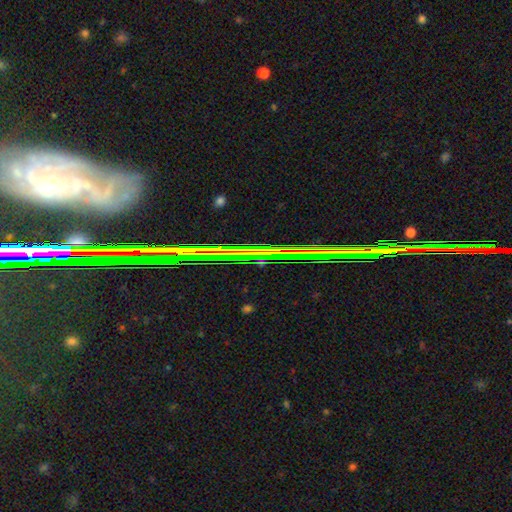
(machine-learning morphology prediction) Q: Smooth or featured?
A: star or artifact (47%); runner-up: featured or disk (40%)